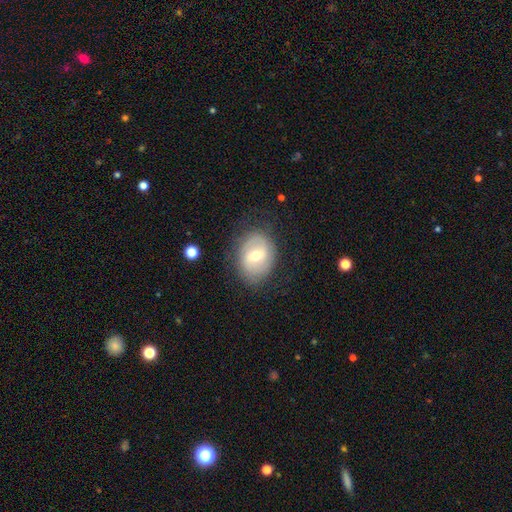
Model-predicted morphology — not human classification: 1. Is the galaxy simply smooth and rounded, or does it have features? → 51% featured or disk, 41% smooth, 8% star or artifact.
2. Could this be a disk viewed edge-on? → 95% no, 5% yes.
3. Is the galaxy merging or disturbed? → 76% none, 16% minor disturbance, 6% major disturbance, 1% merger.